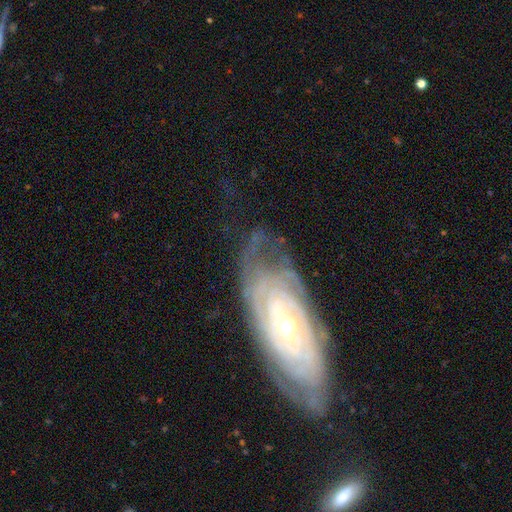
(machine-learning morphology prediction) This appears to be a featured or disk galaxy (86%) with no bar (54%), tight (80%) spiral arms (93%) and a moderate central bulge (52%). Merging: none (70%).